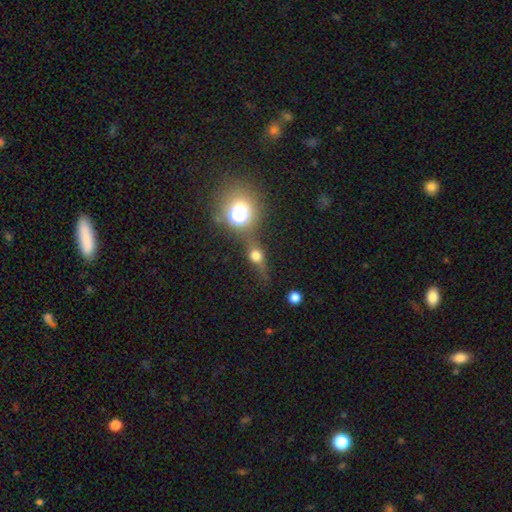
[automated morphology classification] Smooth or featured: smooth — 39% (featured or disk — 38%)
Merging: none — 62% (minor disturbance — 15%)